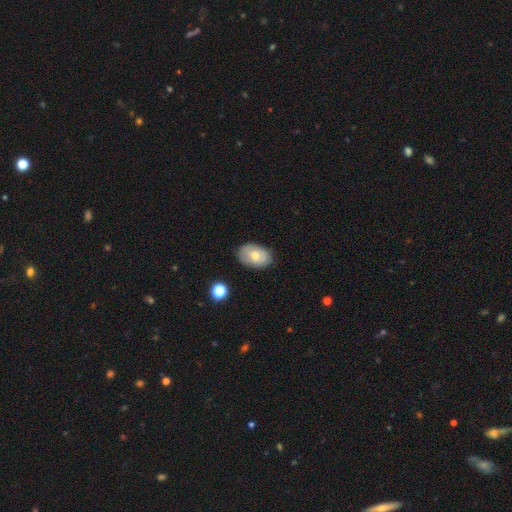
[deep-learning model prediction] A smooth galaxy with no disk features (68%) that is in between round and cigar-shaped (86%).

Vote fractions:
- Smooth or featured? smooth: 68% / featured or disk: 25% / star or artifact: 8%
- How rounded? in between: 86% / round: 13% / cigar-shaped: 1%
- Merging? none: 80% / minor disturbance: 15% / major disturbance: 3% / merger: 2%